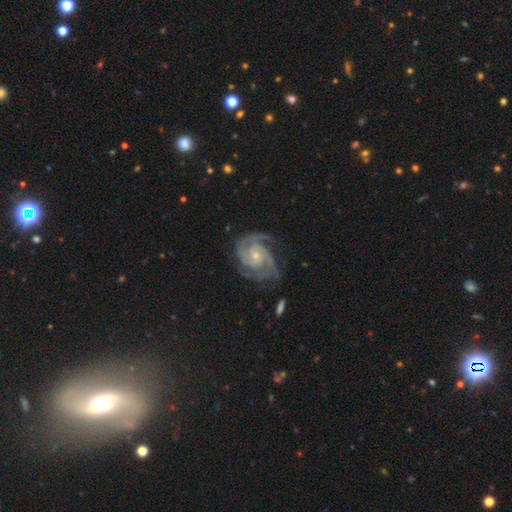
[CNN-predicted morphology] type=featured or disk (92%); edge-on=no (98%); bar=no (67%); spiral arms=yes (98%); winding=tight (58%); arm count=3 (39%); bulge=small (68%); merging=none (71%).